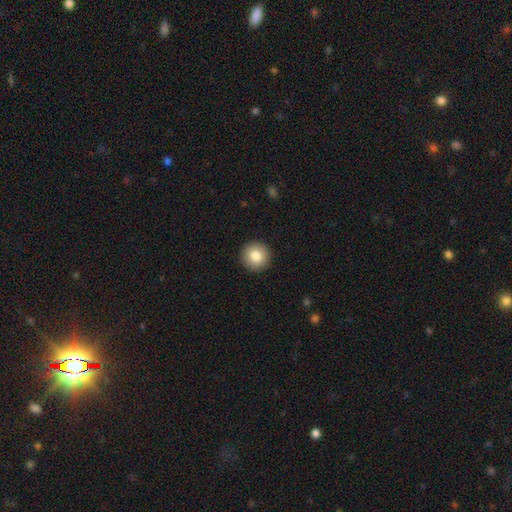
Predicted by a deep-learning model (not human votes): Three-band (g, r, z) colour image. It shows a smooth galaxy with no disk features (83%) that is round (95%). Merging: none (93%).